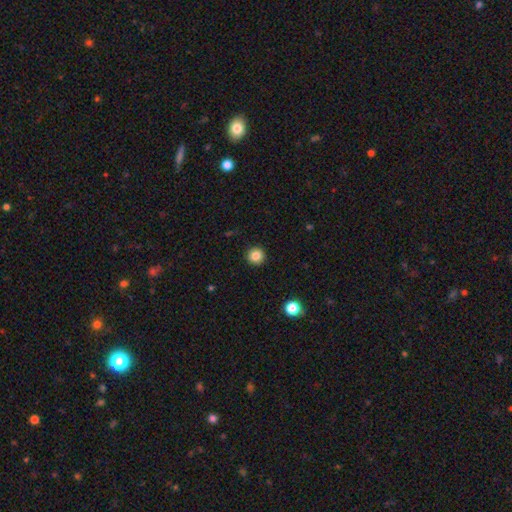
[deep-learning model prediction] Morphology: type=smooth (84%); roundness=round (96%); merging=none (93%).